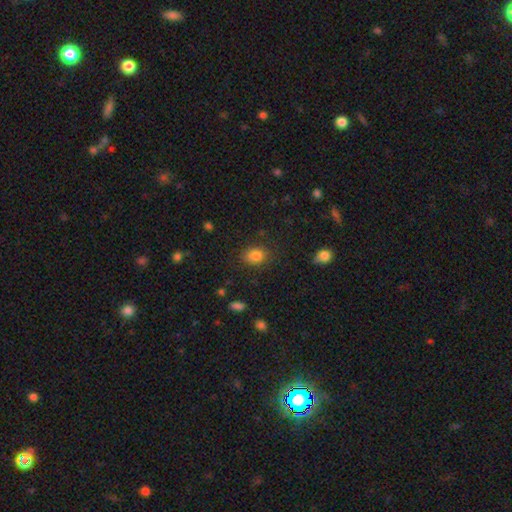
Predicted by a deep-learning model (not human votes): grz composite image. It shows a smooth galaxy with no disk features (82%) that is in between round and cigar-shaped (61%). Merging: none (84%).